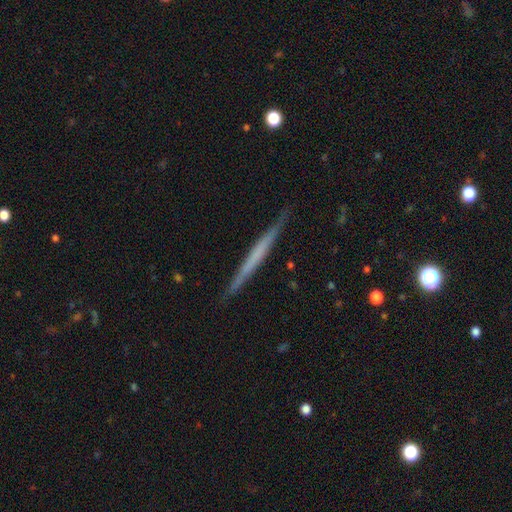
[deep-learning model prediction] Smooth or featured? featured or disk (56%)
Edge-on disk? yes (97%)
Edge-on bulge? none (86%)
Merging? none (90%)